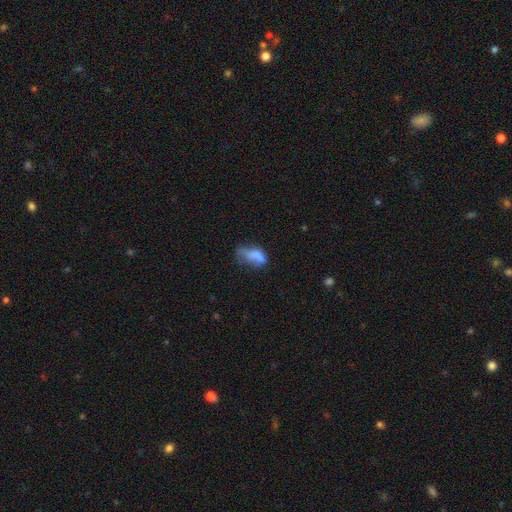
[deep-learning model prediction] Smooth or featured? smooth (65%)
How rounded? in between (86%)
Merging? major disturbance (38%)